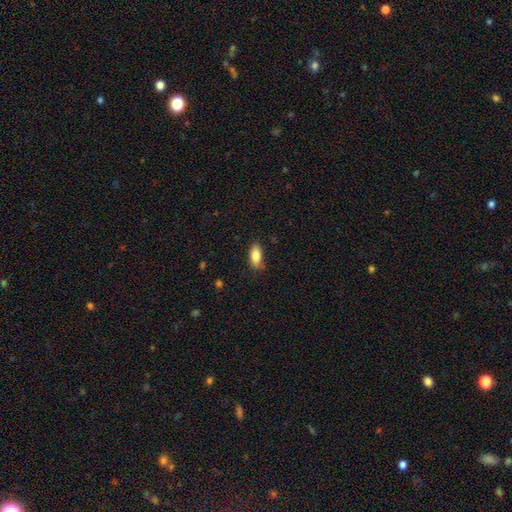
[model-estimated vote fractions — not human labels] Smooth or featured? smooth (85%)
How rounded? in between (85%)
Merging? none (81%)